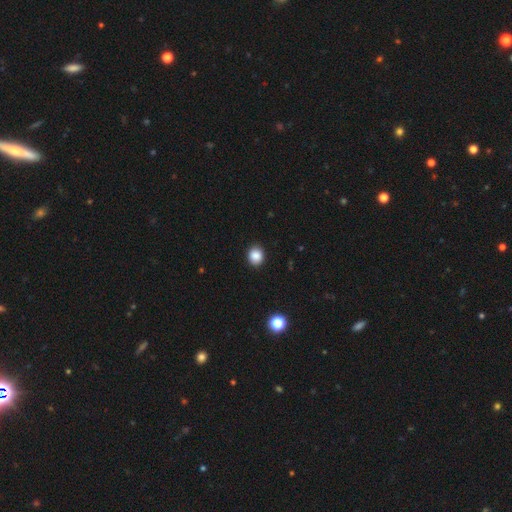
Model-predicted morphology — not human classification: This is clearly a smooth galaxy (87%). How rounded: likely round (75%). Merging: clearly none (90%).